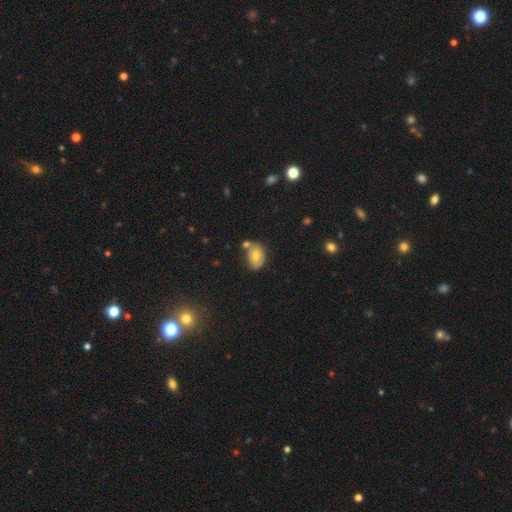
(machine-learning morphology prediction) Smooth or featured: smooth — 70% (featured or disk — 22%)
How rounded: in between — 79% (round — 20%)
Merging: none — 56% (minor disturbance — 20%)